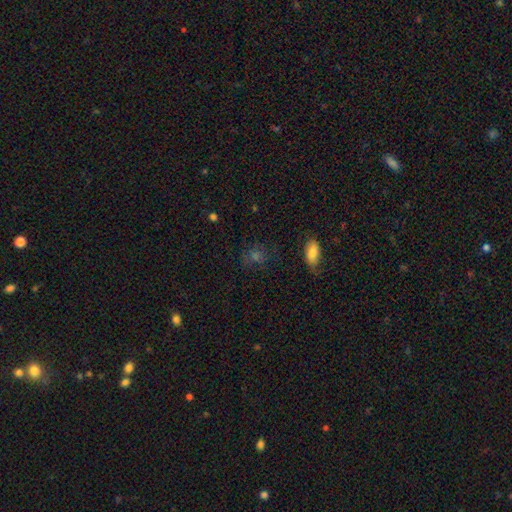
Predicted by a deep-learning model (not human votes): Smooth or featured? Predicted: smooth (p=0.49). Merging? Predicted: none (p=0.74).